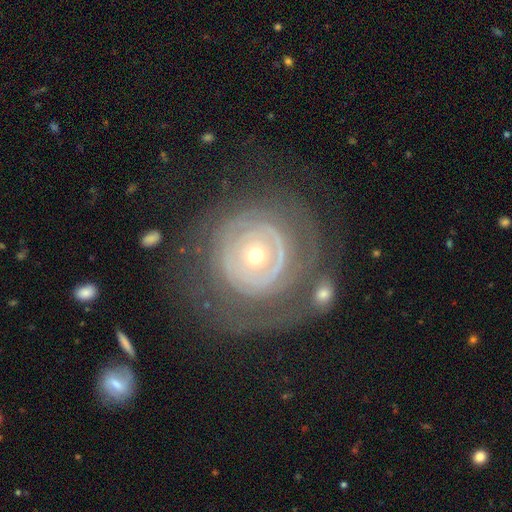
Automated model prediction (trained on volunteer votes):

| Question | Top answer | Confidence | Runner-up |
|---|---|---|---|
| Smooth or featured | featured or disk | 75% | smooth (19%) |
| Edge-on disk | no | 97% | yes (3%) |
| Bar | no | 85% | weak (10%) |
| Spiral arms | yes | 55% | no (45%) |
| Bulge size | small | 56% | moderate (40%) |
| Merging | none | 60% | major disturbance (18%) |